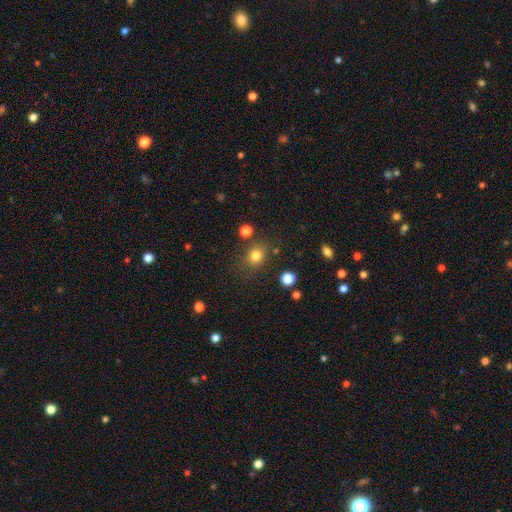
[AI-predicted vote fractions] The model was most divided on "how rounded": round: 62%, in between: 37%, cigar-shaped: 1%. More confident: smooth or featured — smooth (80%); merging — none (77%).